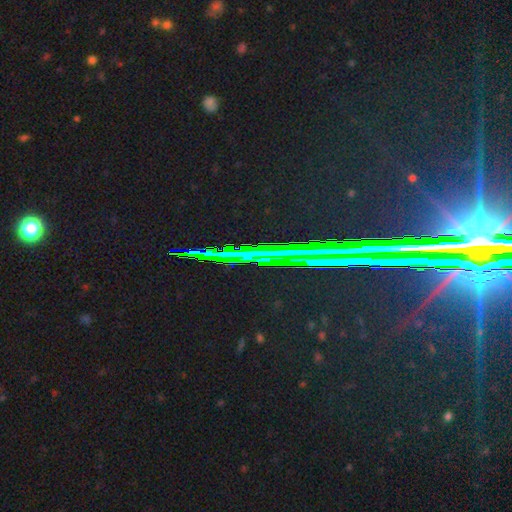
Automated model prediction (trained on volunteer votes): The model was most divided on "smooth or featured": star or artifact: 83%, featured or disk: 9%, smooth: 8%.